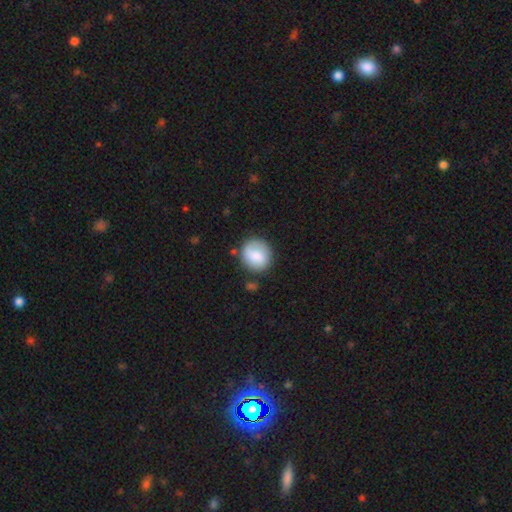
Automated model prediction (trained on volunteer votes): Overall: smooth (76%). How rounded: round (82%). Merging: none (74%).